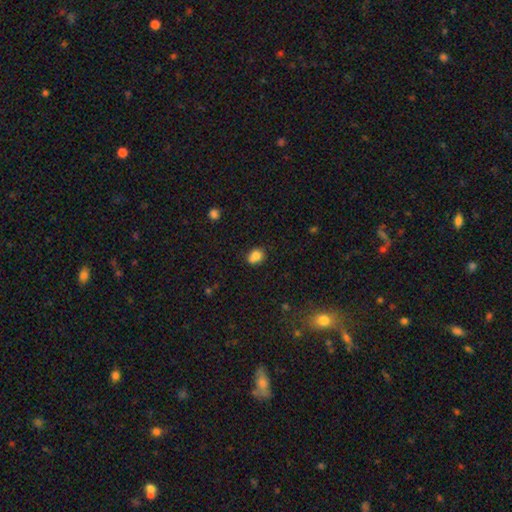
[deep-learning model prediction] Q: Smooth or featured?
A: smooth (79%); runner-up: star or artifact (11%)
Q: How rounded?
A: round (53%); runner-up: in between (46%)
Q: Merging?
A: none (50%); runner-up: merger (24%)